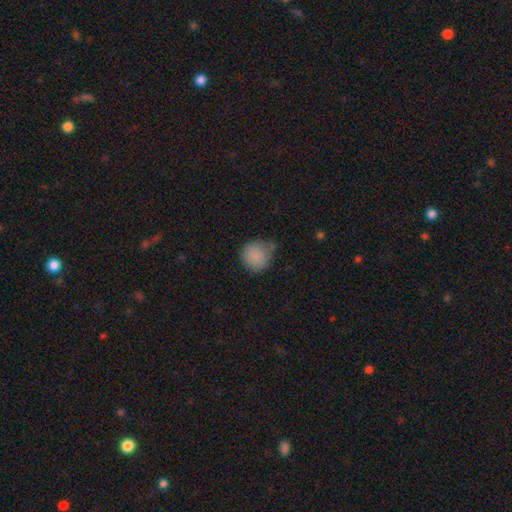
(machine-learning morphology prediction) The model was most divided on "merging": none: 54%, minor disturbance: 33%, major disturbance: 8%, merger: 6%. More confident: how rounded — round (91%); smooth or featured — smooth (86%).